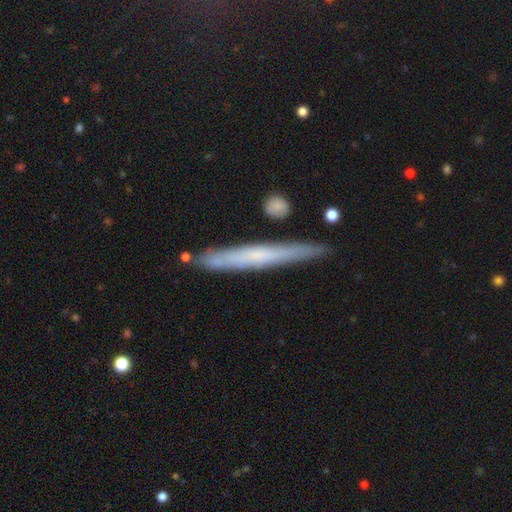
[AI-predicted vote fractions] Morphology: type=featured or disk (47%, tied with smooth); merging=none (83%).